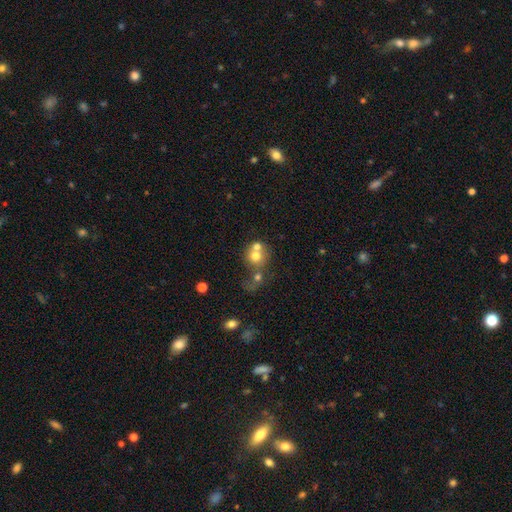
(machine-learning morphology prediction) A smooth galaxy with no disk features (65%) that is round (77%). Merging: merger (60%).